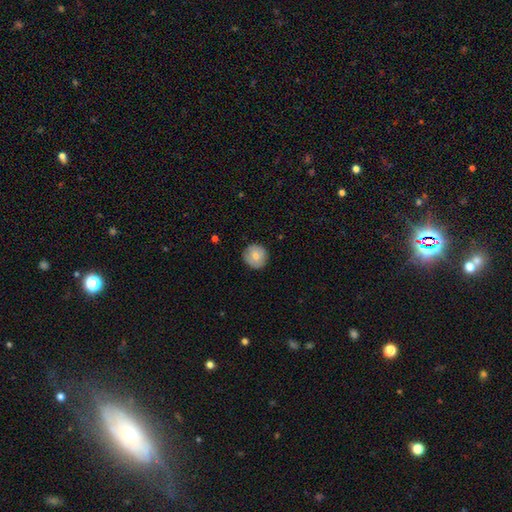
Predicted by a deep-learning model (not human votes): Smooth or featured?
  - smooth: 73% *
  - featured or disk: 20%
  - star or artifact: 7%
How rounded?
  - round: 93% *
  - in between: 6%
  - cigar-shaped: 1%
Merging?
  - none: 87% *
  - minor disturbance: 10%
  - major disturbance: 2%
  - merger: 1%